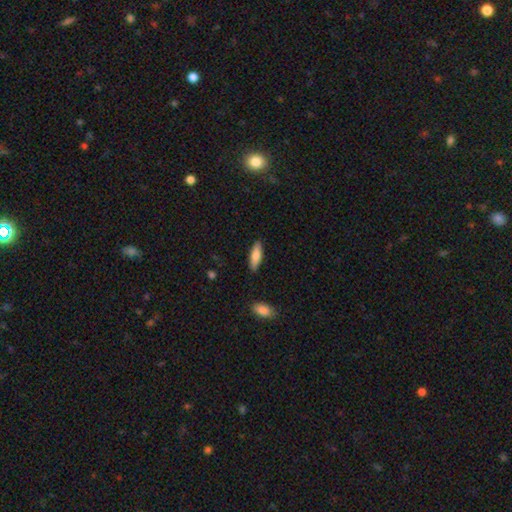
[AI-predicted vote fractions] Morphology: type=smooth (79%); roundness=cigar-shaped (50%); merging=none (87%).